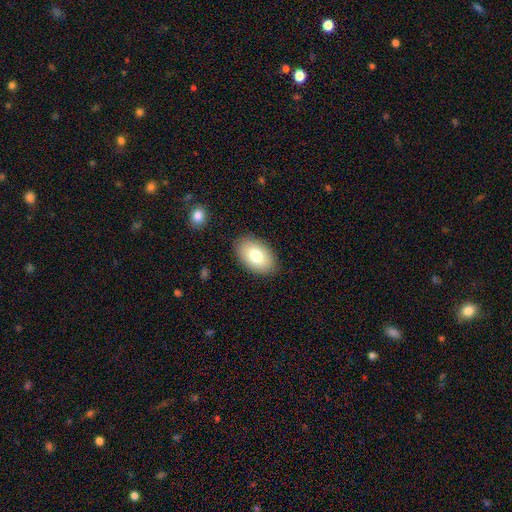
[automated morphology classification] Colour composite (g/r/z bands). It shows a smooth galaxy with no disk features (79%) that is in between round and cigar-shaped (92%). Merging: none (87%).